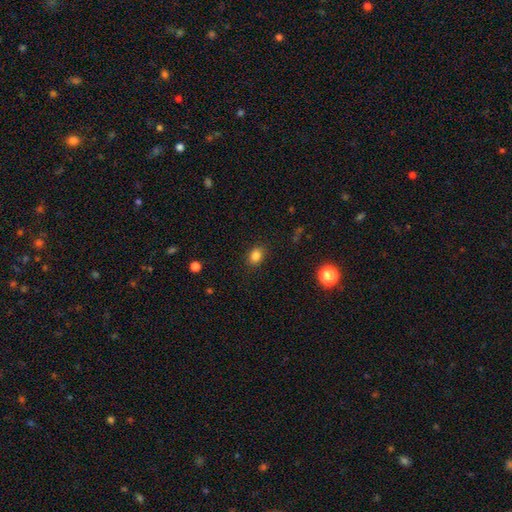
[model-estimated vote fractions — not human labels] Smooth or featured? Predicted: smooth (p=0.83). How rounded? Predicted: in between (p=0.56). Merging? Predicted: none (p=0.87).